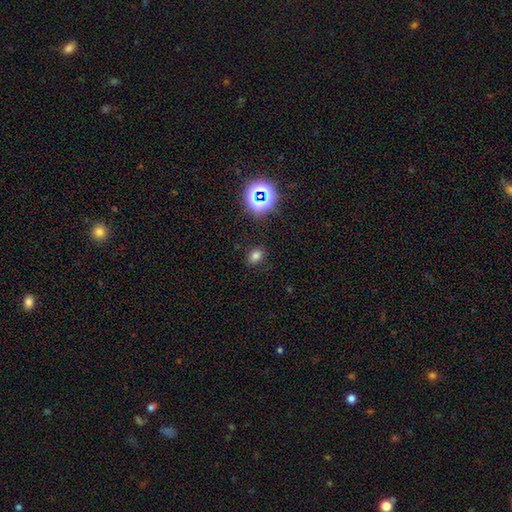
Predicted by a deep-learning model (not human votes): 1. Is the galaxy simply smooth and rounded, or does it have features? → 72% smooth, 21% star or artifact, 7% featured or disk.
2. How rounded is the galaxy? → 61% in between, 38% round, 1% cigar-shaped.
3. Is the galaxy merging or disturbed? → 85% none, 10% minor disturbance, 3% major disturbance, 2% merger.